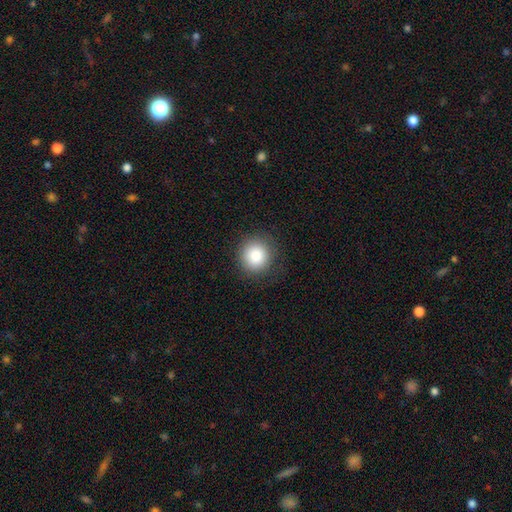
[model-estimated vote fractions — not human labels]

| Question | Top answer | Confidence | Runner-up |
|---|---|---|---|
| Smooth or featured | smooth | 85% | star or artifact (9%) |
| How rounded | round | 91% | in between (8%) |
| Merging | none | 88% | minor disturbance (8%) |